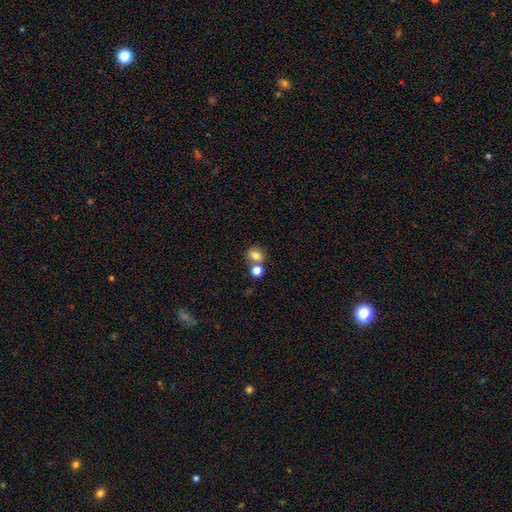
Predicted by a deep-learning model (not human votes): smooth_or_featured: smooth (p=0.78) [alt: star or artifact p=0.12]
how_rounded: round (p=0.56) [alt: in between p=0.43]
merging: none (p=0.54) [alt: merger p=0.32]